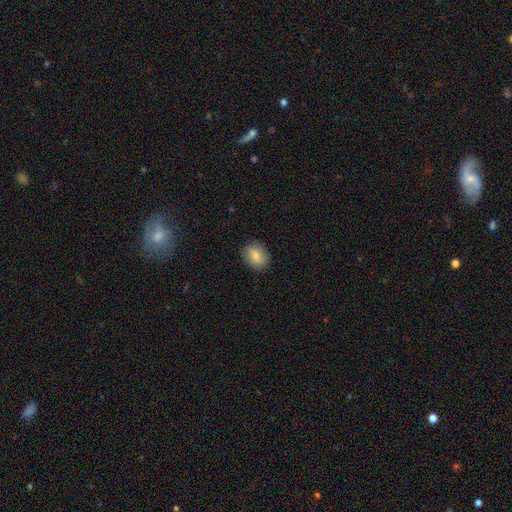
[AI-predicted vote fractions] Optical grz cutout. It shows a smooth galaxy with no disk features (79%) that is in between round and cigar-shaped (63%). Merging: none (86%).